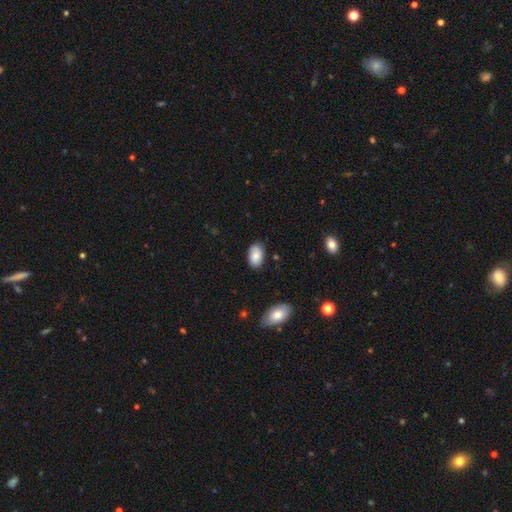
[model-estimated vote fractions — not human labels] smooth-or-featured: smooth: 81% | featured or disk: 12% | star or artifact: 7%
  how-rounded: in between: 93% | round: 6% | cigar-shaped: 1%
  merging: none: 81% | minor disturbance: 15% | major disturbance: 3% | merger: 2%